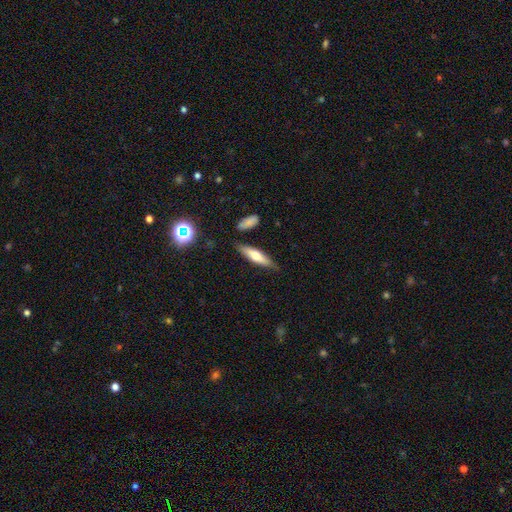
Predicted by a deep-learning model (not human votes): This is possibly a smooth galaxy (56%). How rounded: likely cigar-shaped (67%). Merging: likely none (78%).